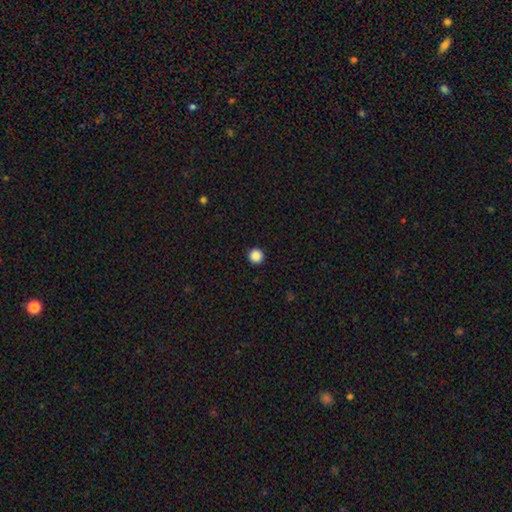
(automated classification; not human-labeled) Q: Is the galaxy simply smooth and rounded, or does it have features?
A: smooth — 87%.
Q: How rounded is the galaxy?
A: round — 97%.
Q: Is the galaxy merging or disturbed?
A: none — 93%.